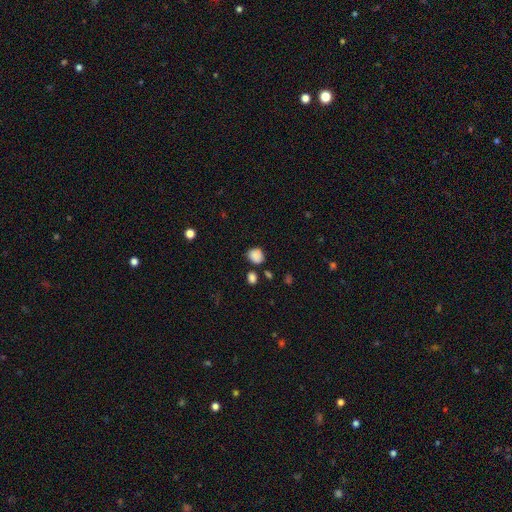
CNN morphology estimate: Smooth or featured: smooth — 85% (star or artifact — 10%)
How rounded: round — 72% (in between — 27%)
Merging: none — 71% (minor disturbance — 17%)